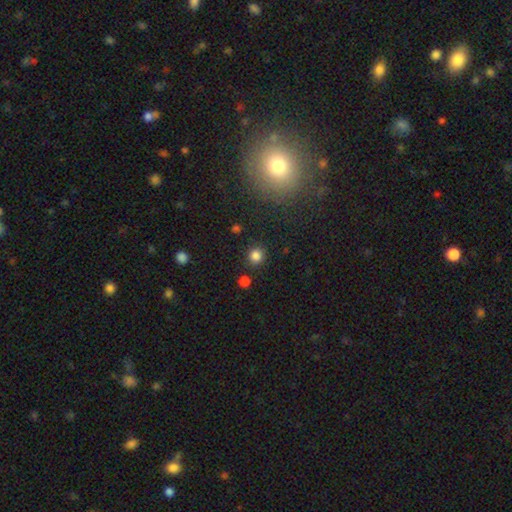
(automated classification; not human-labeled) A smooth galaxy with no disk features (83%) that is round (91%). Merging: none (87%).